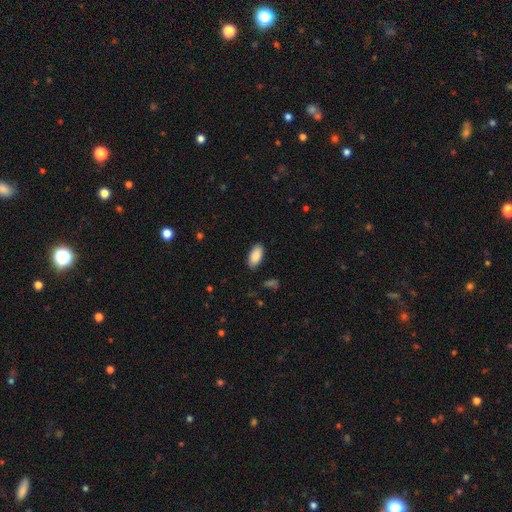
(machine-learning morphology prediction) Smooth or featured: smooth — 89% (star or artifact — 6%)
How rounded: in between — 93% (cigar-shaped — 5%)
Merging: none — 86% (minor disturbance — 10%)